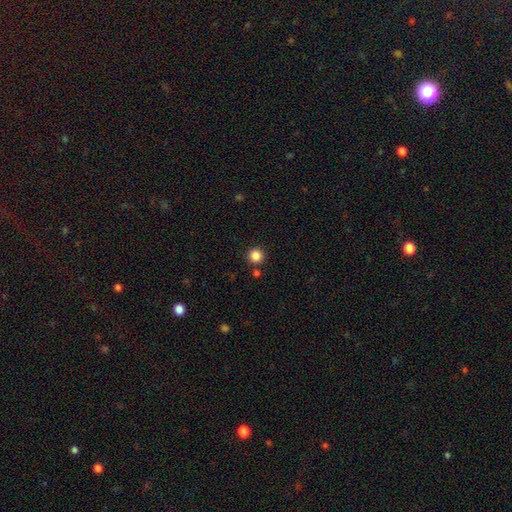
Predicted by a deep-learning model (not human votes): Overall: smooth (86%). How rounded: round (96%). Merging: none (89%).